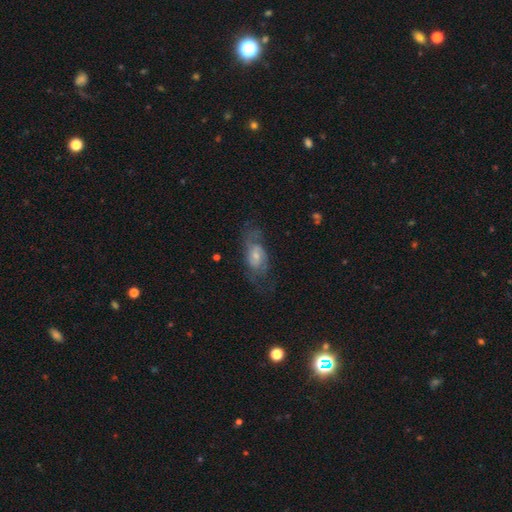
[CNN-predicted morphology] smooth_or_featured: featured or disk (p=0.67) [alt: smooth p=0.24]
disk_edge_on: no (p=0.94) [alt: yes p=0.06]
bar: no (p=0.52) [alt: weak p=0.41]
has_spiral_arms: yes (p=0.84) [alt: no p=0.16]
spiral_winding: medium (p=0.47) [alt: loose p=0.27]
spiral_arm_count: 2 (p=0.66) [alt: can't tell p=0.21]
bulge_size: small (p=0.52) [alt: moderate p=0.37]
merging: none (p=0.57) [alt: minor disturbance p=0.21]